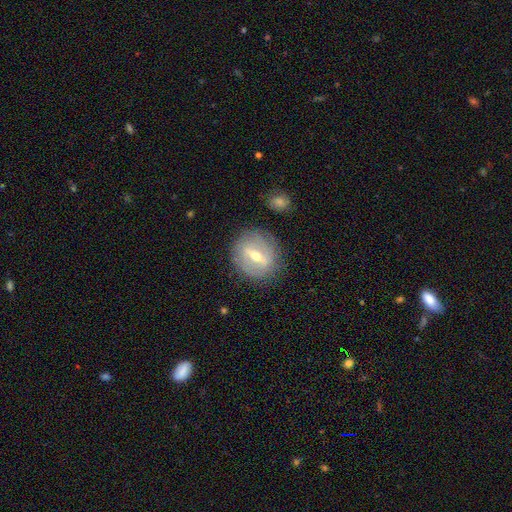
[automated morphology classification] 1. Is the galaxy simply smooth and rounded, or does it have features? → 69% featured or disk, 24% smooth, 7% star or artifact.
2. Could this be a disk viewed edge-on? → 84% no, 16% yes.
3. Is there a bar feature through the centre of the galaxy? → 58% strong, 33% weak, 9% no.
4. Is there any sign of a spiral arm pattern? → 60% no, 40% yes.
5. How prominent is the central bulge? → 70% moderate, 23% small, 5% large, 1% none, 1% dominant.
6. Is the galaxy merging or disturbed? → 82% none, 12% minor disturbance, 4% major disturbance, 2% merger.